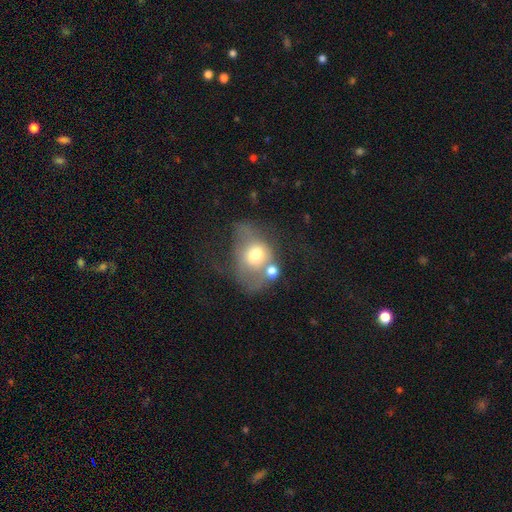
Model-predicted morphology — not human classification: Smooth or featured? smooth (55%)
How rounded? in between (55%)
Merging? major disturbance (32%)